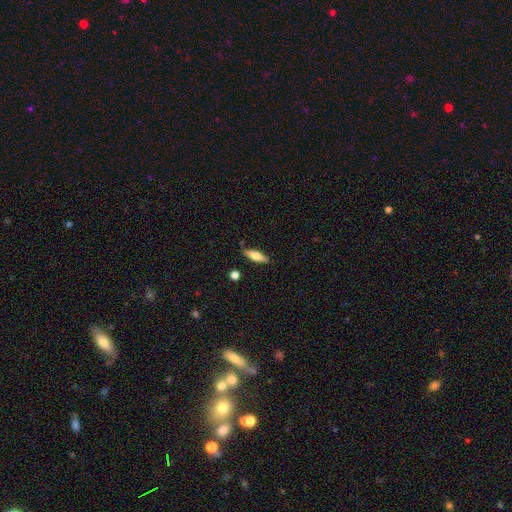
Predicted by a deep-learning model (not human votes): Smooth or featured?
  - smooth: 64% *
  - featured or disk: 29%
  - star or artifact: 7%
How rounded?
  - cigar-shaped: 51% *
  - in between: 46%
  - round: 2%
Merging?
  - none: 85% *
  - minor disturbance: 11%
  - merger: 3%
  - major disturbance: 2%